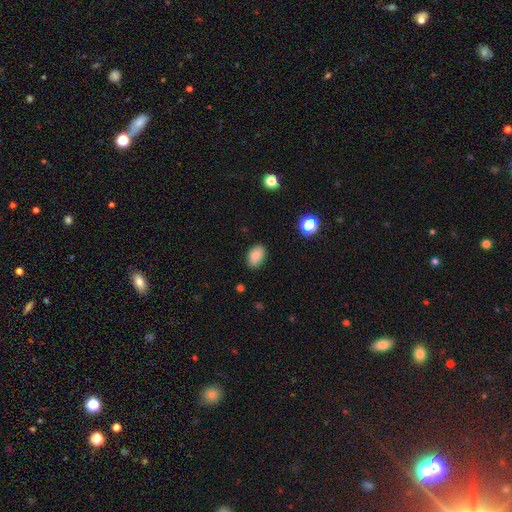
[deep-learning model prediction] A smooth galaxy with no disk features (85%) that is in between round and cigar-shaped (88%). Merging: none (84%).